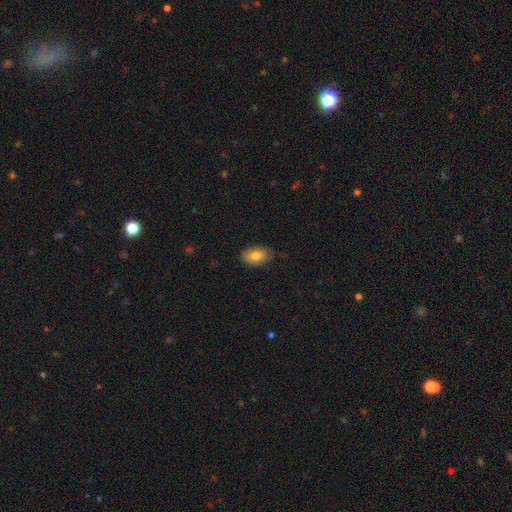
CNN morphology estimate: A smooth galaxy with no disk features (78%) that is in between round and cigar-shaped (92%).

Vote fractions:
- Smooth or featured? smooth: 78% / featured or disk: 15% / star or artifact: 7%
- How rounded? in between: 92% / round: 6% / cigar-shaped: 2%
- Merging? none: 76% / minor disturbance: 20% / major disturbance: 3% / merger: 1%